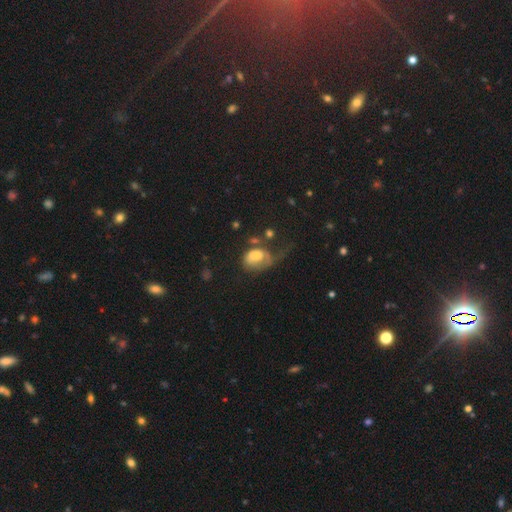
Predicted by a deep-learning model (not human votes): Morphology: type=smooth (63%); roundness=in between (73%); merging=major disturbance (53%).